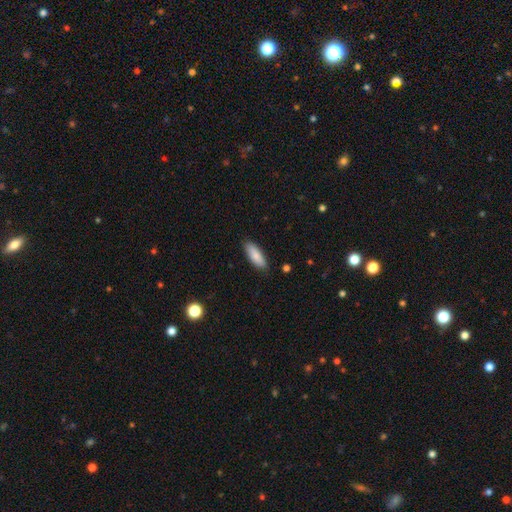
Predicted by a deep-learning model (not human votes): Q: Smooth or featured?
A: smooth (86%); runner-up: featured or disk (8%)
Q: How rounded?
A: in between (66%); runner-up: cigar-shaped (33%)
Q: Merging?
A: none (87%); runner-up: minor disturbance (10%)